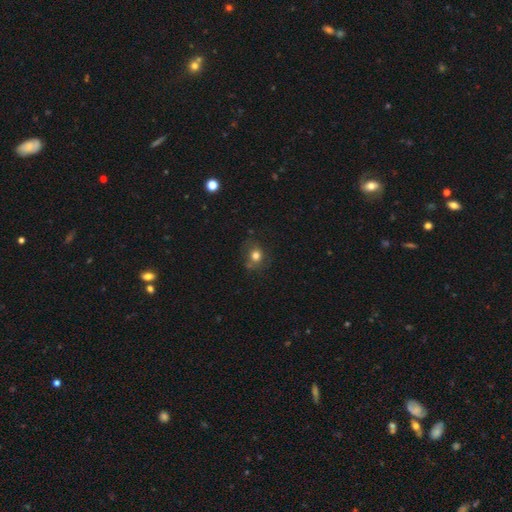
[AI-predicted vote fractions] A smooth galaxy with no disk features (75%) that is round (70%). Merging: none (64%).